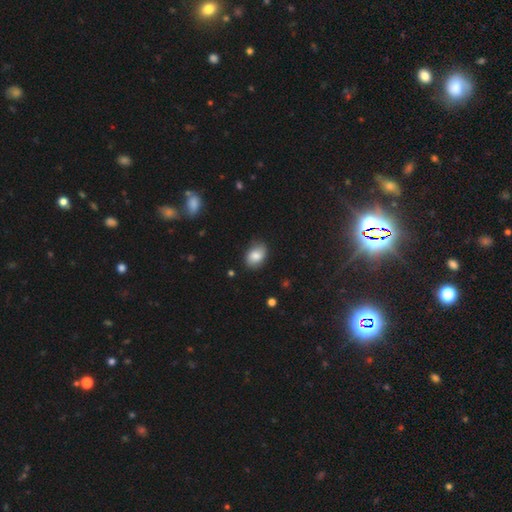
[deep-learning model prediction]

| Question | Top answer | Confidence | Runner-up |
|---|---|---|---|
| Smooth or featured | smooth | 80% | featured or disk (12%) |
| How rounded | in between | 78% | round (21%) |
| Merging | none | 79% | minor disturbance (17%) |